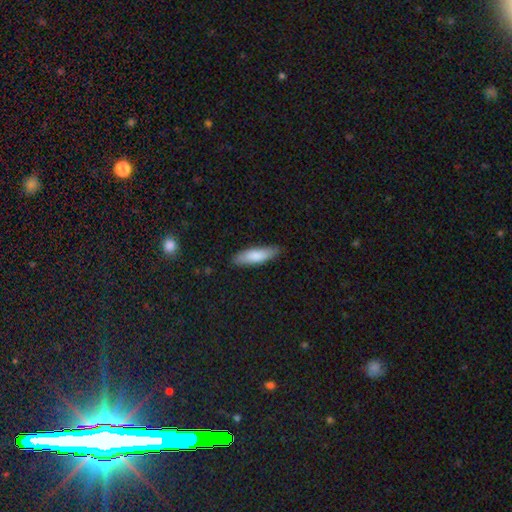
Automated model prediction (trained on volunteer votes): A smooth galaxy with no disk features (83%) that is cigar-shaped (56%).

Vote fractions:
- Smooth or featured? smooth: 83% / featured or disk: 12% / star or artifact: 5%
- How rounded? cigar-shaped: 56% / in between: 43% / round: 1%
- Merging? none: 84% / minor disturbance: 13% / major disturbance: 2% / merger: 1%